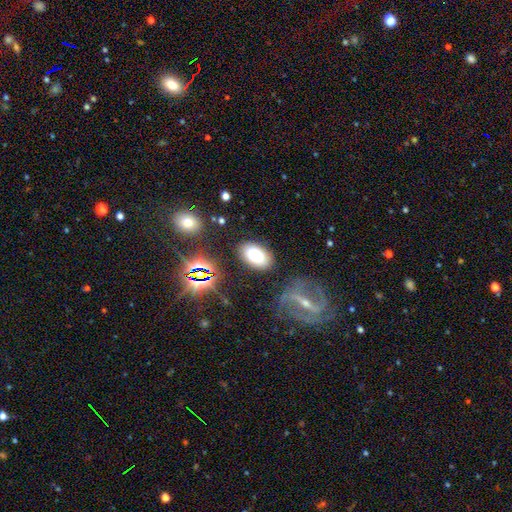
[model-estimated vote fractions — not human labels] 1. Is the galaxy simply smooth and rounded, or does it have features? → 77% smooth, 13% star or artifact, 10% featured or disk.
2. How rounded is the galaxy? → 92% in between, 6% round, 2% cigar-shaped.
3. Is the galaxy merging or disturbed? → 82% none, 11% minor disturbance, 4% major disturbance, 3% merger.